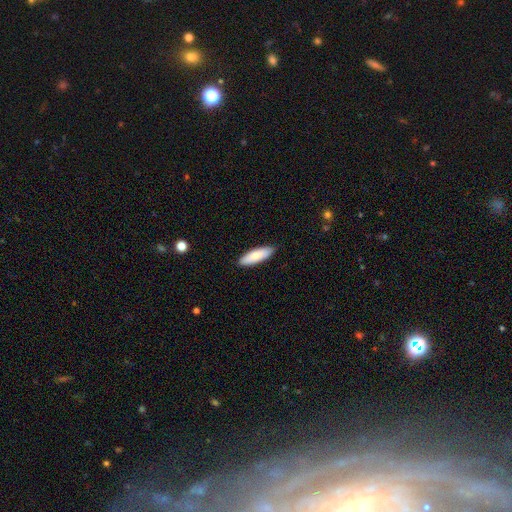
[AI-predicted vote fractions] Overall: smooth (82%). How rounded: in between (55%; cigar-shaped 44%). Merging: none (89%).